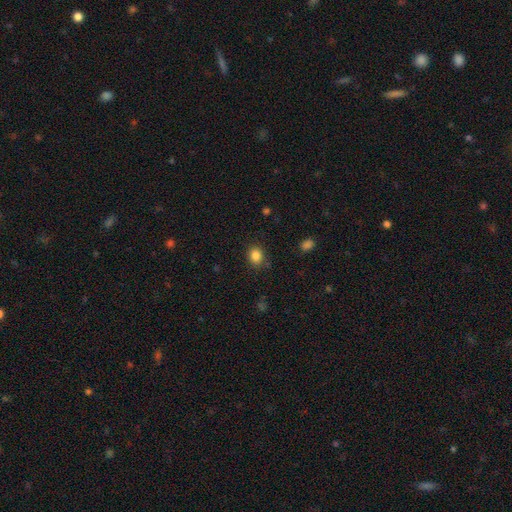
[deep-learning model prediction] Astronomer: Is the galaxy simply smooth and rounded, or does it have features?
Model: smooth — 85%.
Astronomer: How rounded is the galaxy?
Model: round — 62% (runner-up: in between, 37%).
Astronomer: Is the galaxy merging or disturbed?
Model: none — 82%.